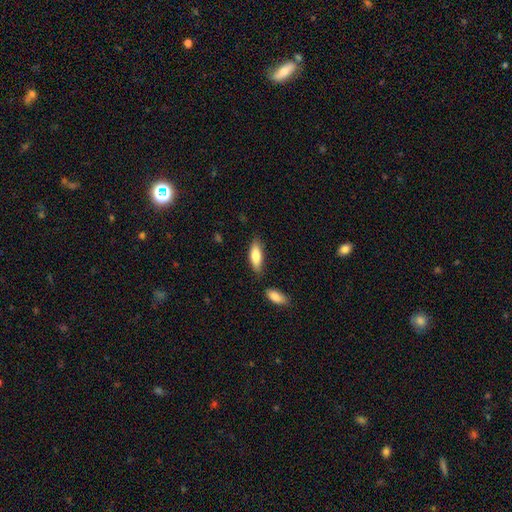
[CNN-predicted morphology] Smooth or featured? smooth (80%)
How rounded? in between (60%)
Merging? none (76%)